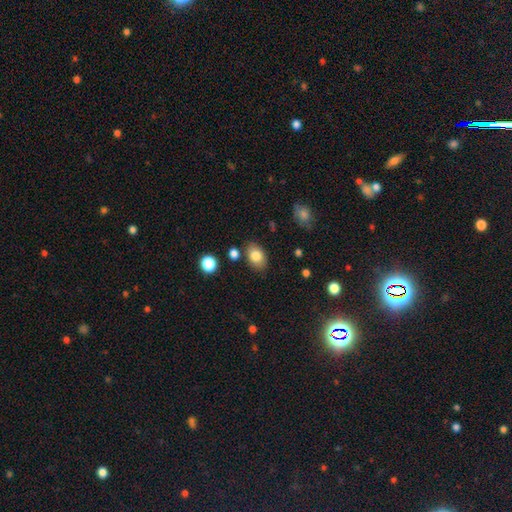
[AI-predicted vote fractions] The model was most divided on "how rounded": in between: 81%, round: 18%, cigar-shaped: 1%. More confident: smooth or featured — smooth (81%); merging — none (81%).